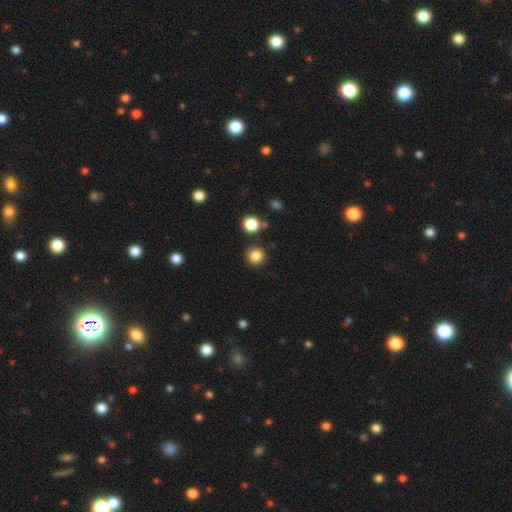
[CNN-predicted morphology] smooth 84%, star or artifact 12%, featured or disk 4%. Down the decision tree: how rounded — round (93%); merging — none (89%).